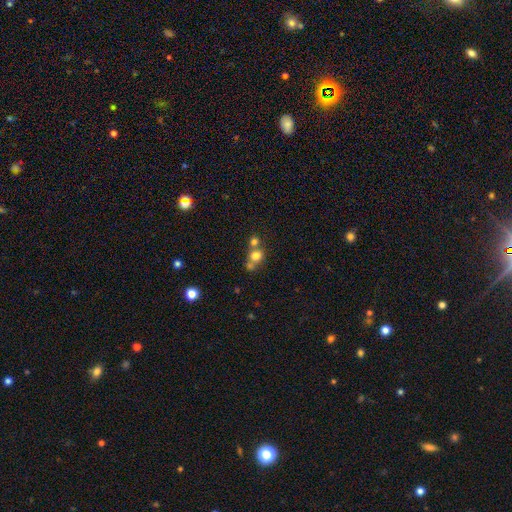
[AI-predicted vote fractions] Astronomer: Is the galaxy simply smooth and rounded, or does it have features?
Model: smooth — 74%.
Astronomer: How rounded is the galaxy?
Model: round — 76%.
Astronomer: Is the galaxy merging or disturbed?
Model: merger — 46% (runner-up: none, 42%).